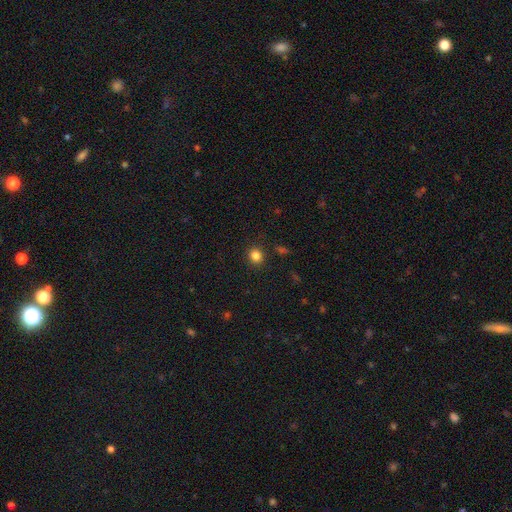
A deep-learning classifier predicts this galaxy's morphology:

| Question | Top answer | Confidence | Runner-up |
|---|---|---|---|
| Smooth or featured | smooth | 83% | star or artifact (12%) |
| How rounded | round | 85% | in between (14%) |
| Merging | none | 90% | minor disturbance (6%) |